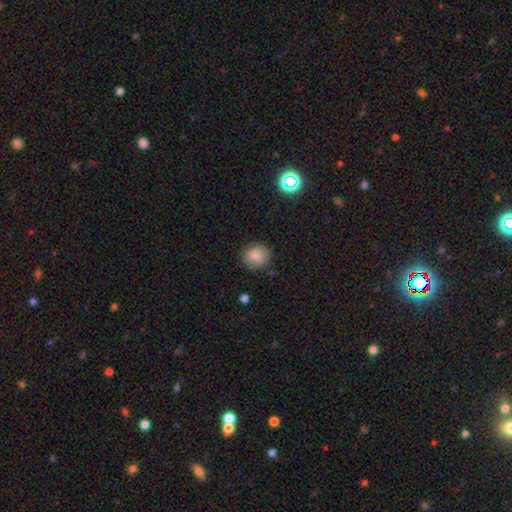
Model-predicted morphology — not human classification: Smooth or featured?
  - smooth: 78% *
  - featured or disk: 12%
  - star or artifact: 10%
How rounded?
  - round: 81% *
  - in between: 18%
  - cigar-shaped: 1%
Merging?
  - none: 81% *
  - minor disturbance: 14%
  - major disturbance: 3%
  - merger: 2%